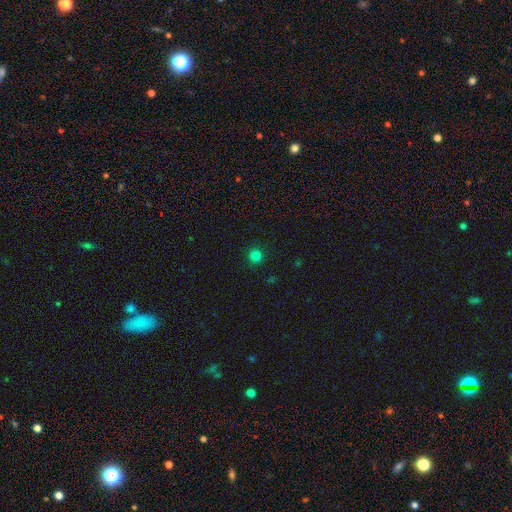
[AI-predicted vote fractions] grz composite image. It shows a smooth galaxy with no disk features (82%) that is round (95%). Merging: none (92%).